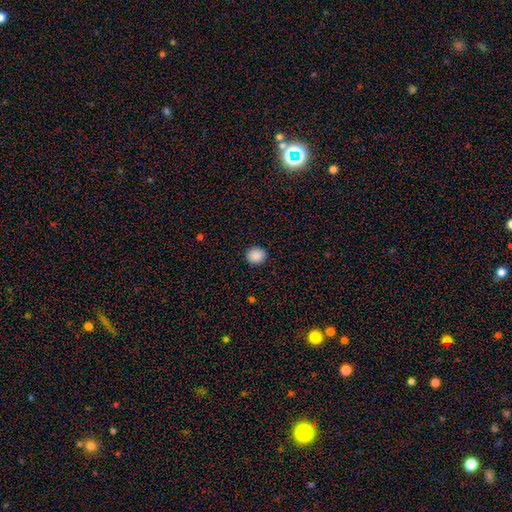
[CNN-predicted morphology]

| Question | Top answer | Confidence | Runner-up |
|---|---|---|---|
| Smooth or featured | smooth | 89% | star or artifact (8%) |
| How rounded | round | 83% | in between (16%) |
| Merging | none | 91% | minor disturbance (6%) |